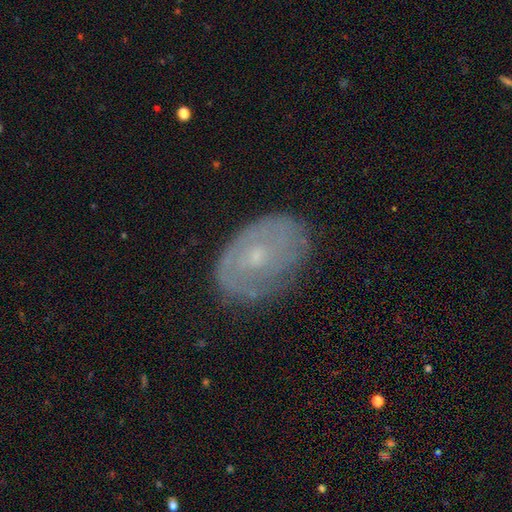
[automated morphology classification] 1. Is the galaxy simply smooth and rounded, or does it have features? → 60% featured or disk, 30% smooth, 10% star or artifact.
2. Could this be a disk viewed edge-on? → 95% no, 5% yes.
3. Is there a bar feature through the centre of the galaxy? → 77% no, 19% weak, 4% strong.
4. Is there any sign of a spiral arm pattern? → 63% yes, 37% no.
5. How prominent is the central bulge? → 70% small, 25% moderate, 3% none, 1% large, 1% dominant.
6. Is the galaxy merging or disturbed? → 74% none, 18% minor disturbance, 6% major disturbance, 1% merger.